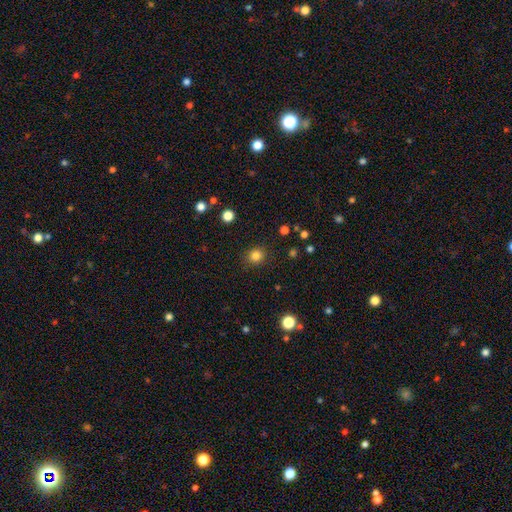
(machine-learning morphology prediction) type=smooth (83%); roundness=round (86%); merging=none (89%).